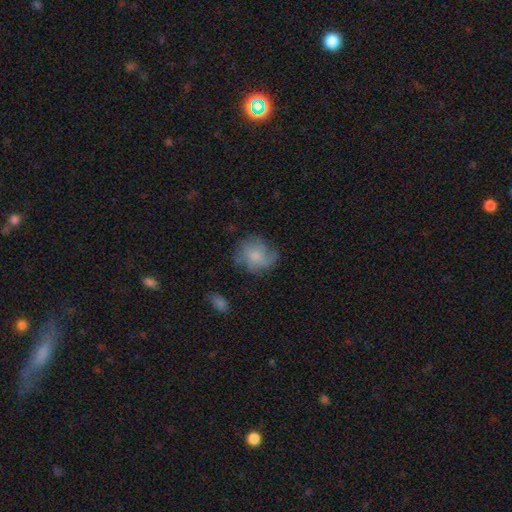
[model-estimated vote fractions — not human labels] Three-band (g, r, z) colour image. It shows a smooth galaxy with no disk features (56%) that is round (74%). Merging: none (59%).